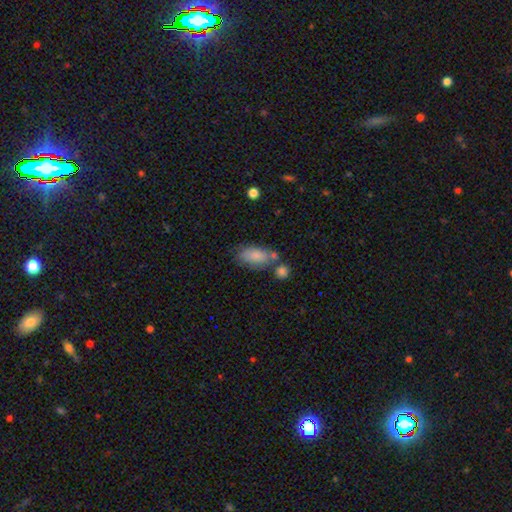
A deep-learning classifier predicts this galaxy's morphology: smooth-or-featured: smooth: 82% | featured or disk: 10% | star or artifact: 7%
  how-rounded: in between: 89% | cigar-shaped: 7% | round: 4%
  merging: none: 55% | minor disturbance: 20% | merger: 19% | major disturbance: 7%